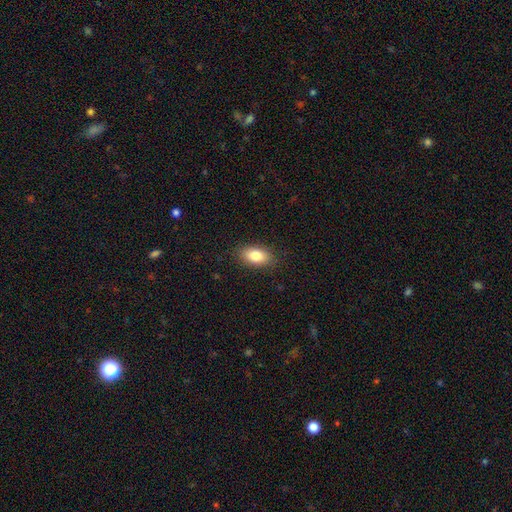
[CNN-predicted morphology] Smooth or featured? smooth (83%)
How rounded? in between (90%)
Merging? none (87%)